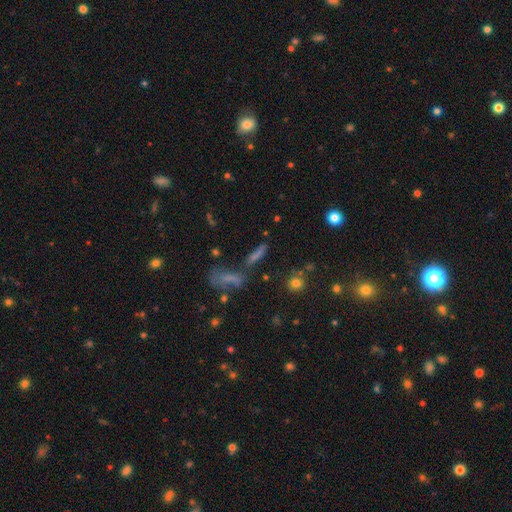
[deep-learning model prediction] smooth-or-featured: smooth: 44% | star or artifact: 31% | featured or disk: 25%
  merging: none: 58% | merger: 19% | minor disturbance: 13% | major disturbance: 10%